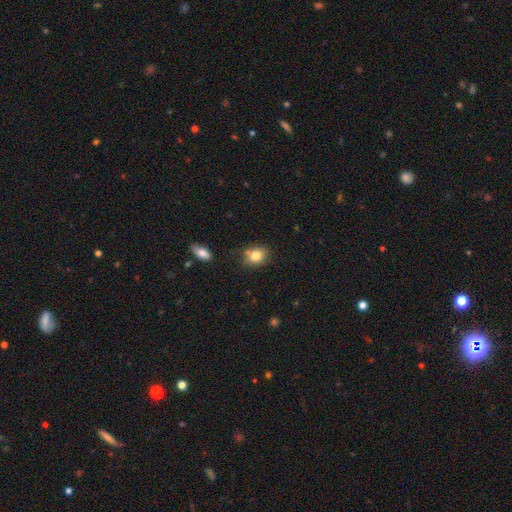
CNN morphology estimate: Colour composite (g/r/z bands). It shows a smooth galaxy with no disk features (81%) that is round (59%). Merging: none (72%).